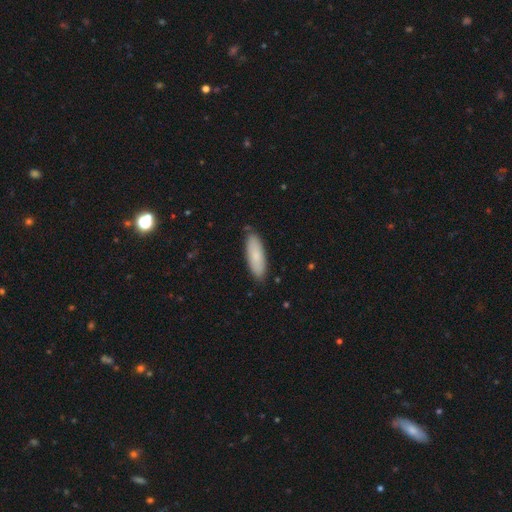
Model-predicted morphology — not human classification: Smooth or featured: smooth — 81% (featured or disk — 13%)
How rounded: in between — 57% (cigar-shaped — 42%)
Merging: none — 85% (minor disturbance — 12%)